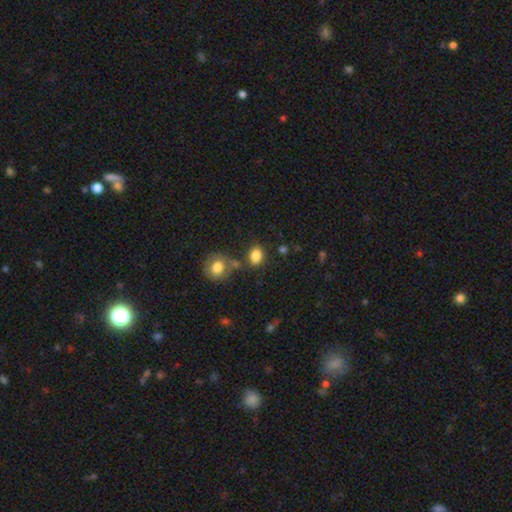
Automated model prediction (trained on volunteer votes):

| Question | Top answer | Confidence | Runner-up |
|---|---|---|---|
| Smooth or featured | smooth | 84% | star or artifact (10%) |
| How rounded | in between | 65% | round (34%) |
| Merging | none | 71% | minor disturbance (13%) |